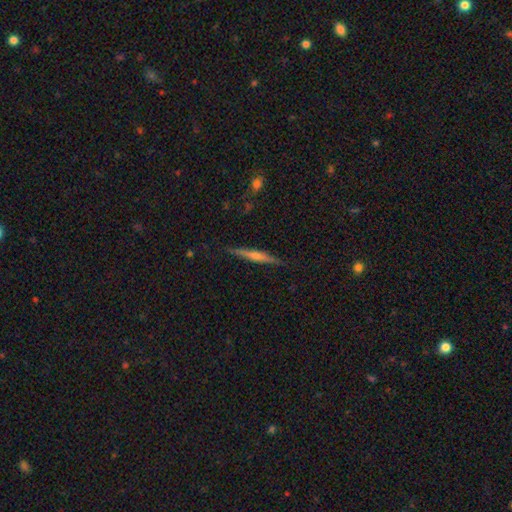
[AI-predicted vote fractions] This appears to be a featured or disk galaxy (72%) viewed edge-on (98%) with a rounded central bulge (80%). Merging: none (89%).